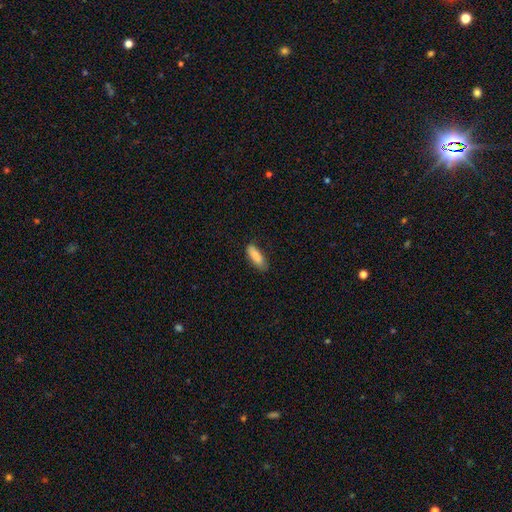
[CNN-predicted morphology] A smooth galaxy with no disk features (87%) that is in between round and cigar-shaped (61%). Merging: none (73%).